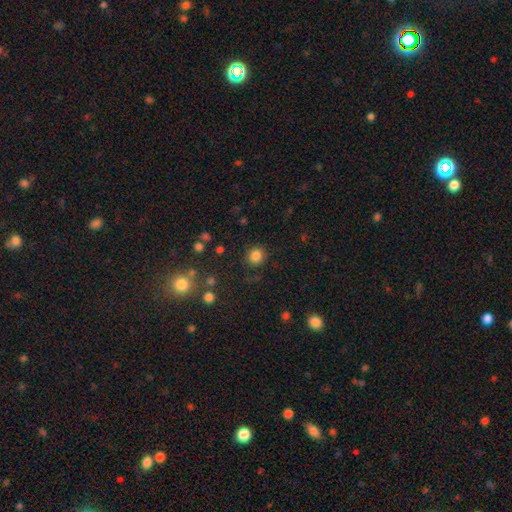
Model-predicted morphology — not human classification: smooth 82%, star or artifact 12%, featured or disk 5%. Down the decision tree: how rounded — round (88%); merging — none (87%).